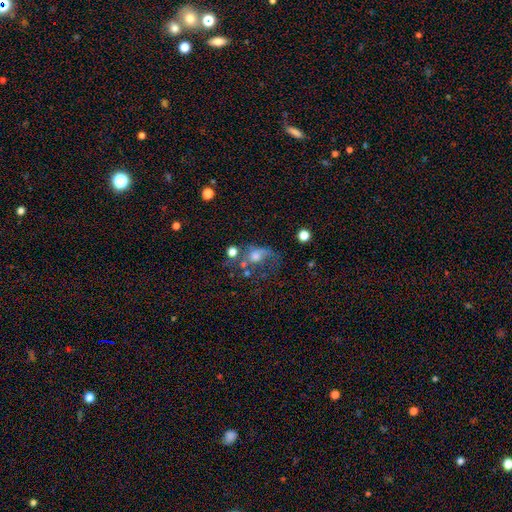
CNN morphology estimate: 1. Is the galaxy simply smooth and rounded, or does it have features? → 41% featured or disk (tied), 41% smooth (tied), 17% star or artifact.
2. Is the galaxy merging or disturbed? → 42% major disturbance, 26% none, 16% minor disturbance, 16% merger.